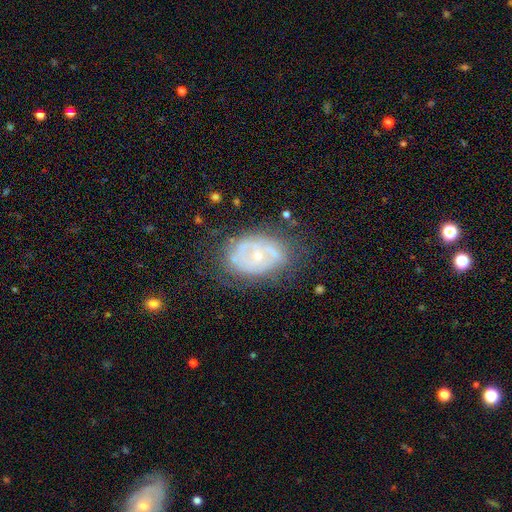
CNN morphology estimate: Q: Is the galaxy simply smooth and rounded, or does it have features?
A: featured or disk — 68%.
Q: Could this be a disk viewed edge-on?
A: no — 96%.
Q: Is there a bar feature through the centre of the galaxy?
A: no — 75%.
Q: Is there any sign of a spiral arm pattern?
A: yes — 52%.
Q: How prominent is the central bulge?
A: small — 59%.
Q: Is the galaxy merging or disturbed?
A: none — 62%.